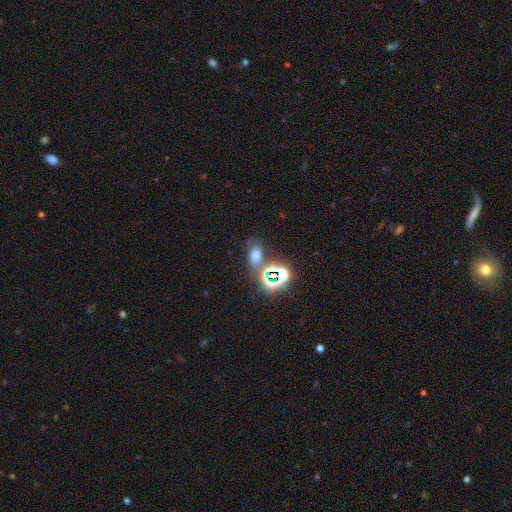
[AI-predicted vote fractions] The model was most divided on "smooth or featured": smooth: 58%, star or artifact: 32%, featured or disk: 10%. More confident: how rounded — in between (78%); merging — none (63%).